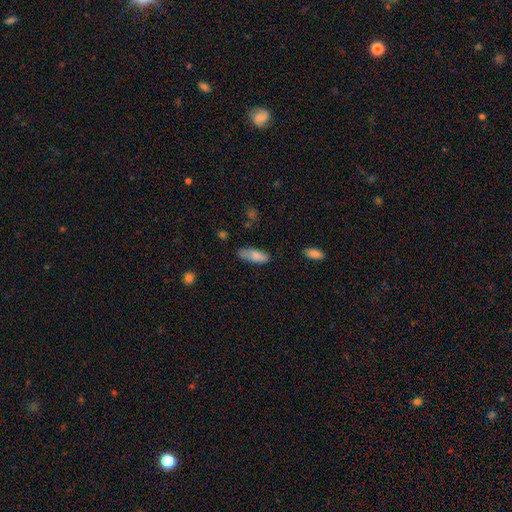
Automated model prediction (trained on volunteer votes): Smooth or featured? Predicted: smooth (p=0.82). How rounded? Predicted: in between (p=0.69). Merging? Predicted: none (p=0.67).